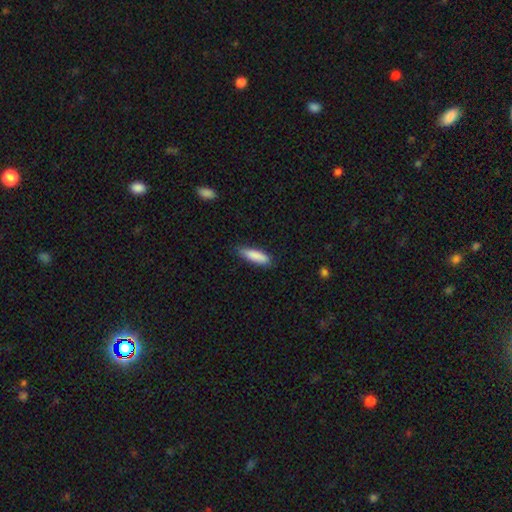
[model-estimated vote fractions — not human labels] The model was most divided on "how rounded": cigar-shaped: 61%, in between: 37%, round: 2%. More confident: smooth or featured — smooth (87%); merging — none (79%).